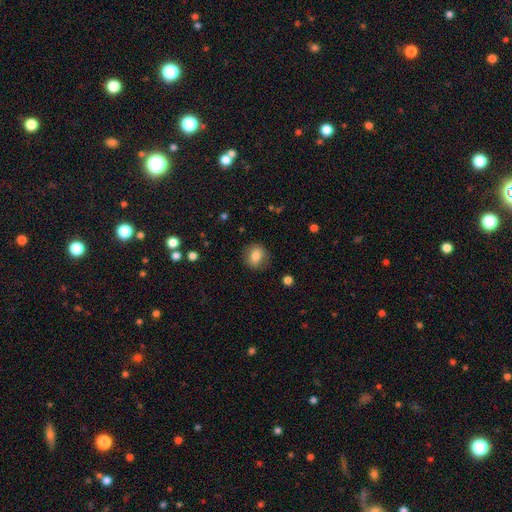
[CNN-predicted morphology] A smooth galaxy with no disk features (77%) that is round (69%). Merging: none (81%).